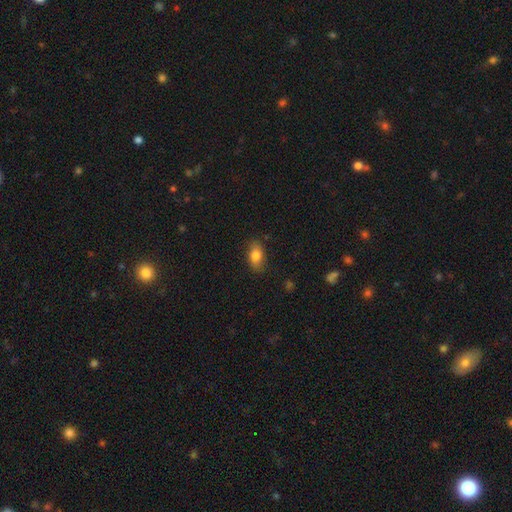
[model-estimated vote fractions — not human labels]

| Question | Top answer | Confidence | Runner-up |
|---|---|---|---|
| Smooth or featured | smooth | 83% | featured or disk (9%) |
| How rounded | in between | 87% | round (10%) |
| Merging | none | 82% | minor disturbance (14%) |